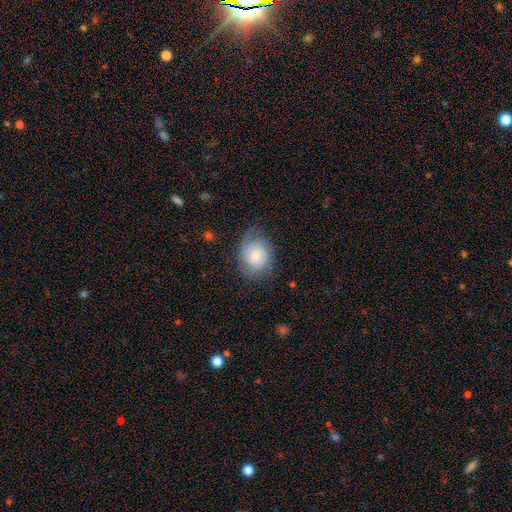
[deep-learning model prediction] Smooth or featured? Predicted: smooth (p=0.47). Merging? Predicted: none (p=0.63).